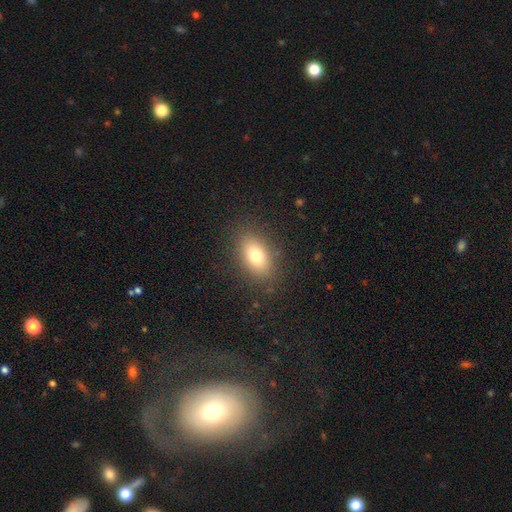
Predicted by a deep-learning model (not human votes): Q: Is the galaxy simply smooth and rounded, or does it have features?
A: smooth — 76%.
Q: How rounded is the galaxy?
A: in between — 86%.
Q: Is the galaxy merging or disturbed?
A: none — 84%.